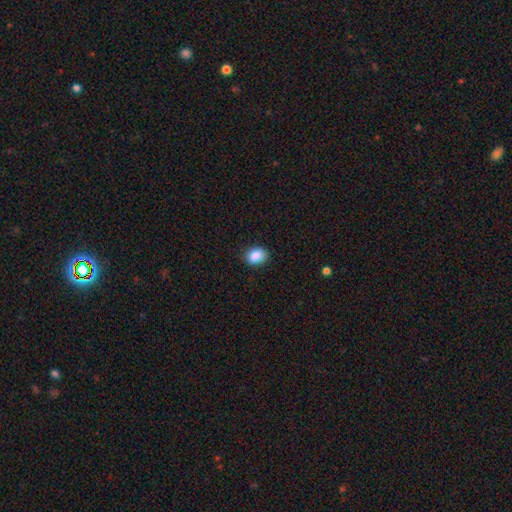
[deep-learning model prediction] smooth 87%, star or artifact 9%, featured or disk 4%. Down the decision tree: how rounded — in between (54%); merging — none (85%).